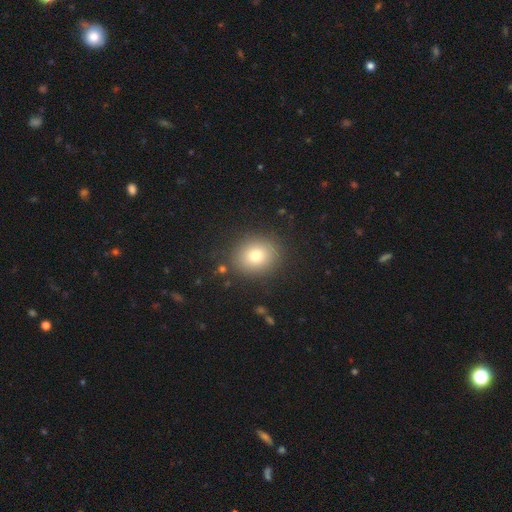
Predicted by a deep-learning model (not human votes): Smooth or featured: smooth — 77% (star or artifact — 12%)
How rounded: round — 66% (in between — 33%)
Merging: none — 88% (minor disturbance — 8%)